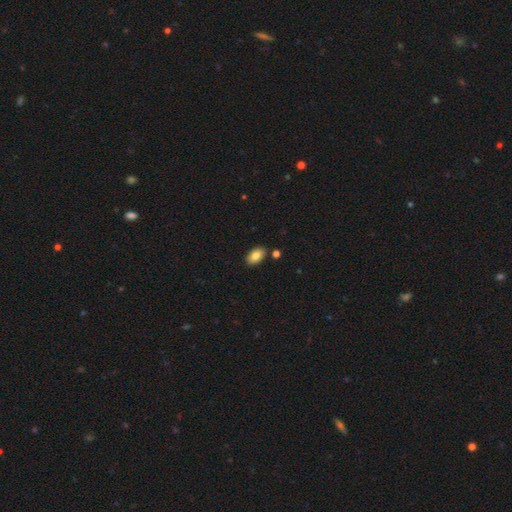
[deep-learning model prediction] A smooth galaxy with no disk features (84%) that is in between round and cigar-shaped (93%). Merging: none (86%).